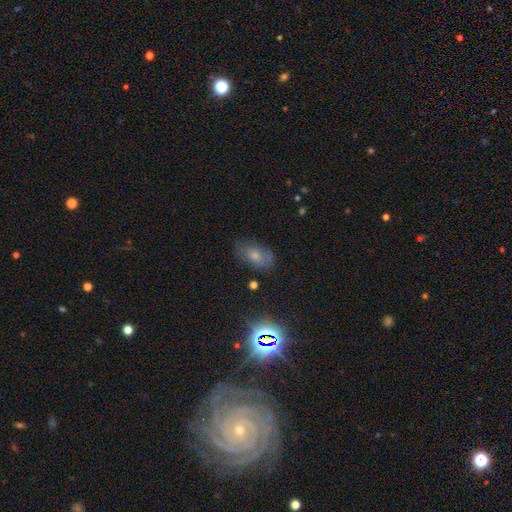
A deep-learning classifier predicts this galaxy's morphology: Q: Smooth or featured?
A: smooth (66%); runner-up: featured or disk (18%)
Q: How rounded?
A: in between (89%); runner-up: round (8%)
Q: Merging?
A: none (66%); runner-up: minor disturbance (23%)